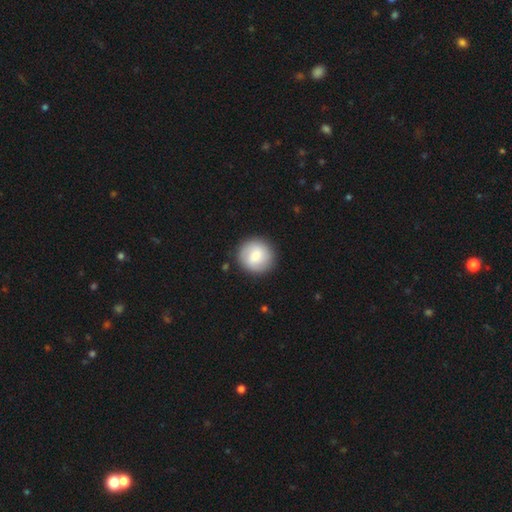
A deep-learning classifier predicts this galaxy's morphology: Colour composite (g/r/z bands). It shows a smooth galaxy with no disk features (73%) that is round (94%). Merging: none (89%).